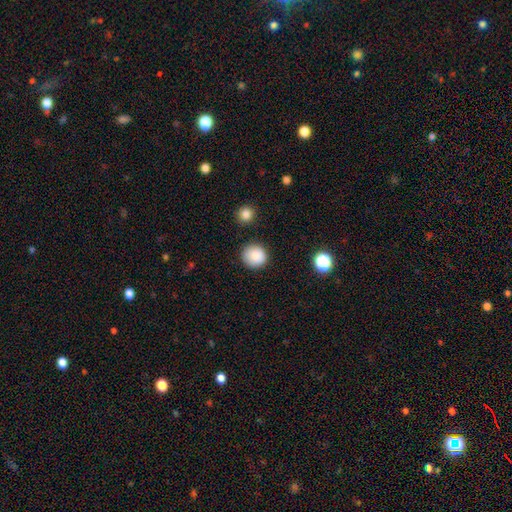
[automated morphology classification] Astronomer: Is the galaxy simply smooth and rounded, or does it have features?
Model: smooth — 87%.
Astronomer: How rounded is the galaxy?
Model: round — 93%.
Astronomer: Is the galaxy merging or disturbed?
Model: none — 87%.